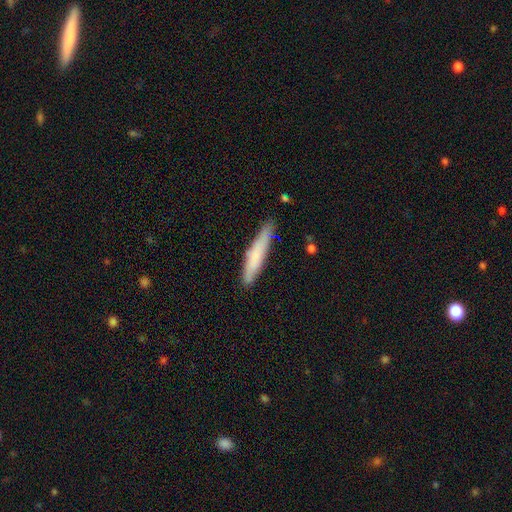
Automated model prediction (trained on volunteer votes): Smooth or featured?
  - smooth: 70% *
  - featured or disk: 24%
  - star or artifact: 6%
How rounded?
  - cigar-shaped: 91% *
  - in between: 8%
  - round: 1%
Merging?
  - none: 80% *
  - minor disturbance: 15%
  - major disturbance: 3%
  - merger: 2%